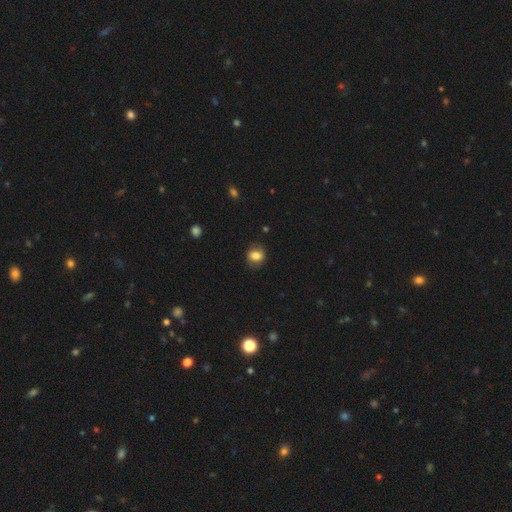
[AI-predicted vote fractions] A smooth galaxy with no disk features (78%) that is round (53%). Merging: none (79%).